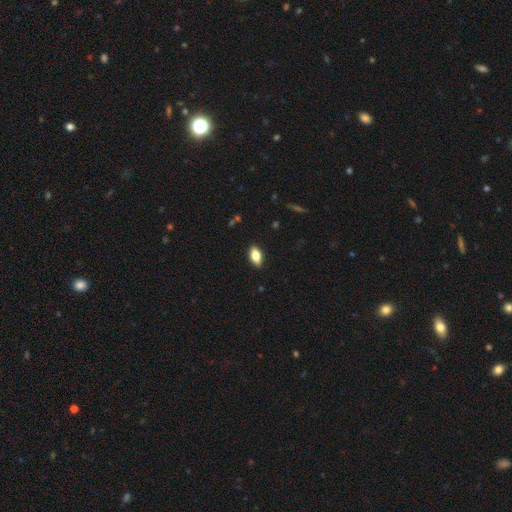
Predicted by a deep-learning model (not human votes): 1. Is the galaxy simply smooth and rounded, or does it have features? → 72% smooth, 21% featured or disk, 7% star or artifact.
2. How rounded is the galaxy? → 87% in between, 8% cigar-shaped, 5% round.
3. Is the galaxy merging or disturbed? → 87% none, 10% minor disturbance, 2% major disturbance, 1% merger.